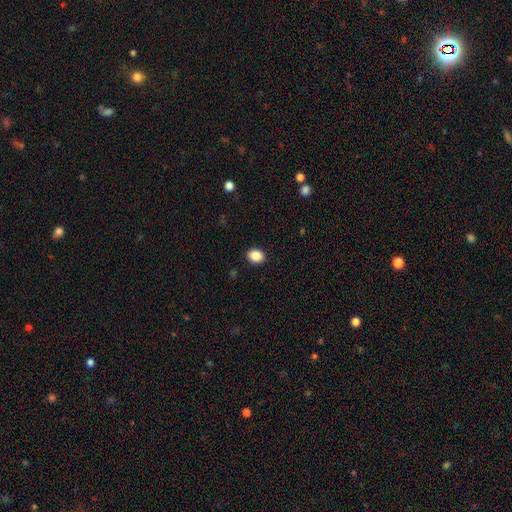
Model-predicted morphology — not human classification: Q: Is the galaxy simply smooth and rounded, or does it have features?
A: smooth — 87%.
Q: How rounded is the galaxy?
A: round — 51%.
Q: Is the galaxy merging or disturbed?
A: none — 91%.